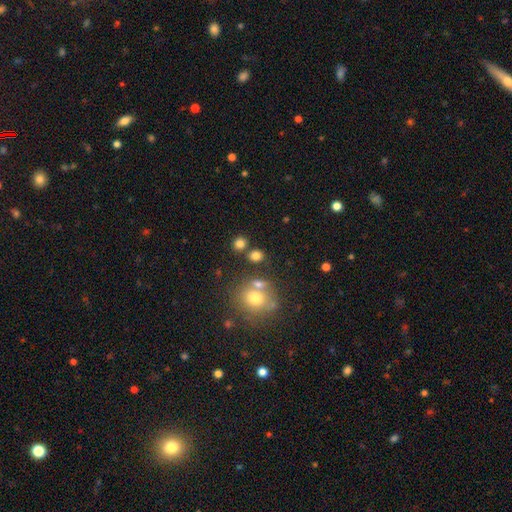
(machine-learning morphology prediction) A smooth galaxy with no disk features (77%) that is round (68%).

Vote fractions:
- Smooth or featured? smooth: 77% / star or artifact: 15% / featured or disk: 8%
- How rounded? round: 68% / in between: 31% / cigar-shaped: 1%
- Merging? none: 68% / merger: 18% / minor disturbance: 10% / major disturbance: 4%